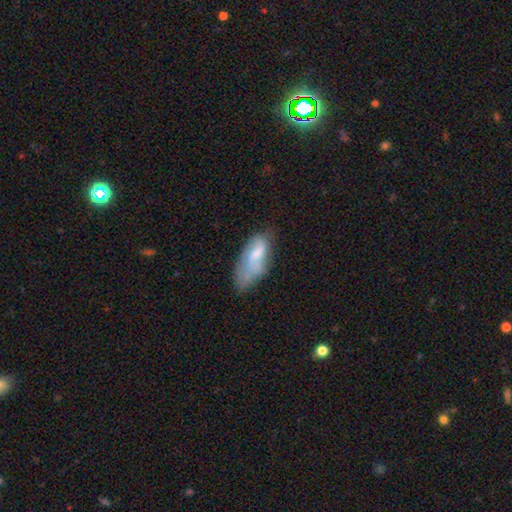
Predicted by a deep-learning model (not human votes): Smooth or featured: smooth — 59% (featured or disk — 34%)
How rounded: in between — 83% (cigar-shaped — 14%)
Merging: none — 40% (minor disturbance — 35%)